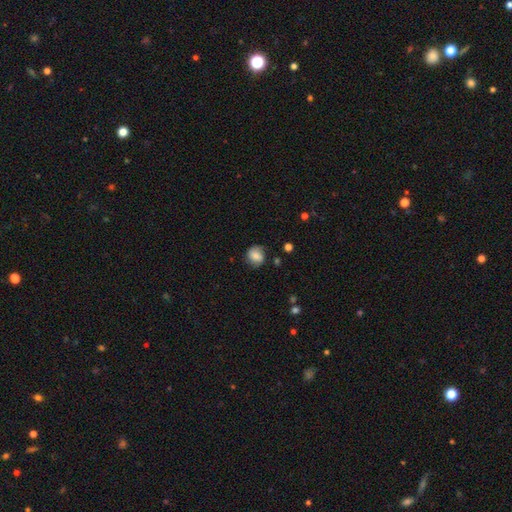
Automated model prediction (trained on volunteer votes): Smooth or featured? Predicted: smooth (p=0.72). How rounded? Predicted: round (p=0.78). Merging? Predicted: none (p=0.73).